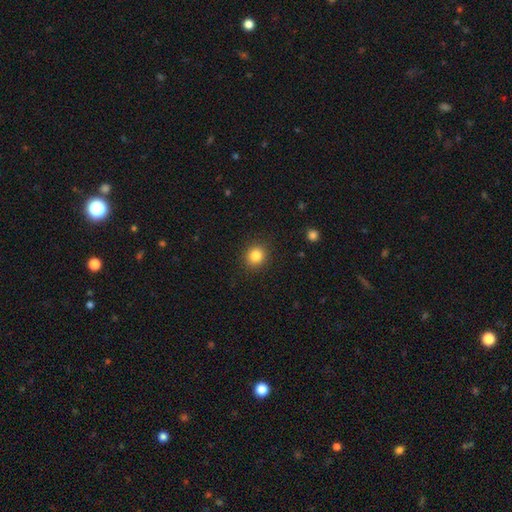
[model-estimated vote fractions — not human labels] Smooth or featured? Predicted: smooth (p=0.84). How rounded? Predicted: round (p=0.82). Merging? Predicted: none (p=0.90).